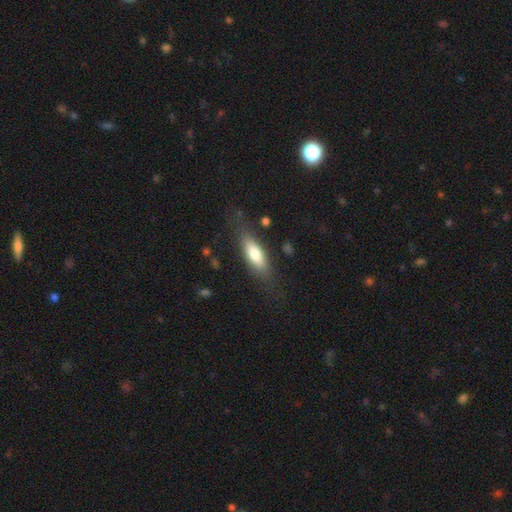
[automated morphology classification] Smooth or featured? smooth (67%)
How rounded? in between (52%)
Merging? none (78%)